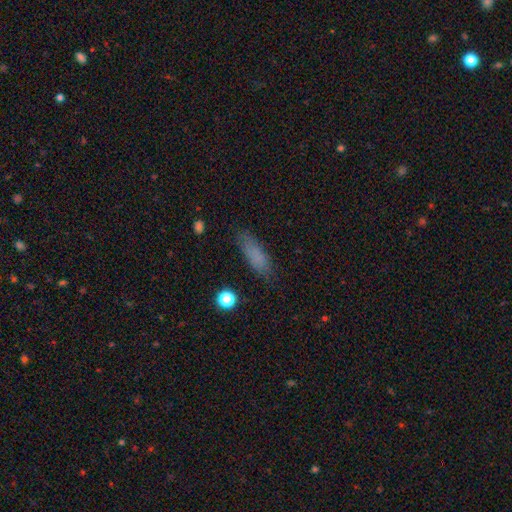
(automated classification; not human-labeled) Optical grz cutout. It shows a smooth galaxy with no disk features (79%) that is in between round and cigar-shaped (51%). Merging: none (78%).